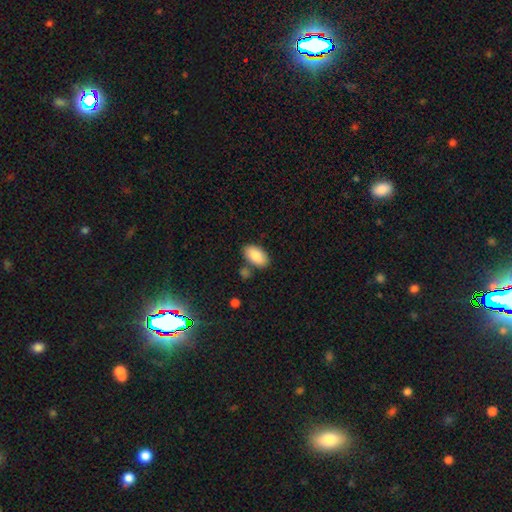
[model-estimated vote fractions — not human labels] smooth-or-featured: smooth: 84% | featured or disk: 10% | star or artifact: 6%
  how-rounded: in between: 94% | round: 4% | cigar-shaped: 2%
  merging: none: 78% | minor disturbance: 11% | merger: 8% | major disturbance: 2%